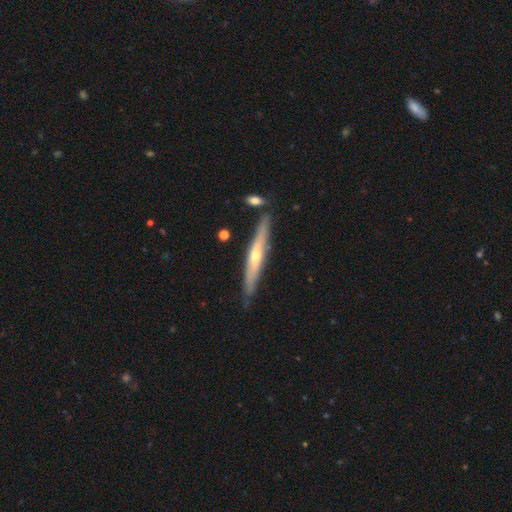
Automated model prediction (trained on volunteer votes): smooth-or-featured: featured or disk: 68% | smooth: 27% | star or artifact: 6%
  disk-edge-on: yes: 92% | no: 8%
    edge-on-bulge: rounded: 74% | none: 23% | boxy: 3%
  merging: none: 82% | minor disturbance: 11% | merger: 4% | major disturbance: 2%